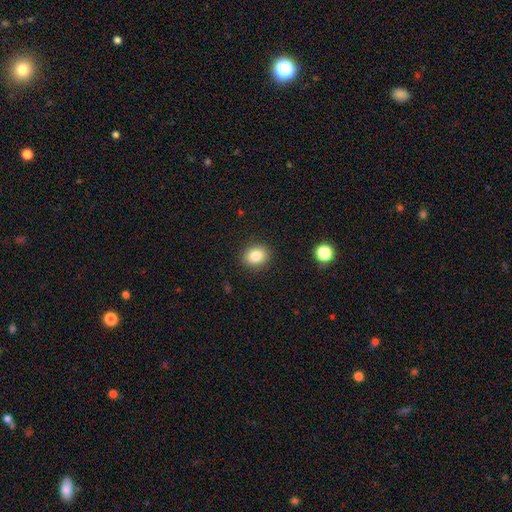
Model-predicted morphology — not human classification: Smooth or featured? Predicted: smooth (p=0.84). How rounded? Predicted: round (p=0.56). Merging? Predicted: none (p=0.89).